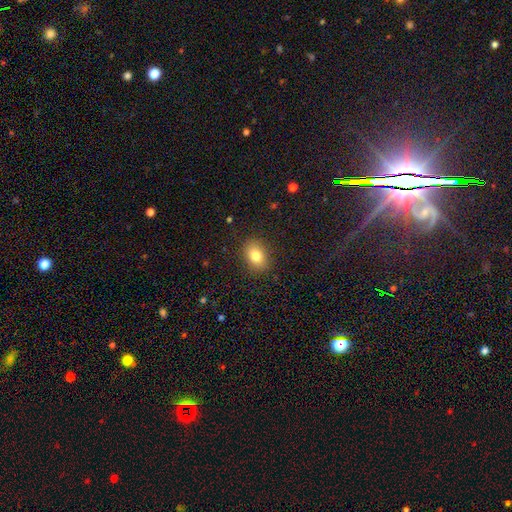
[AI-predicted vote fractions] A smooth galaxy with no disk features (81%) that is in between round and cigar-shaped (71%). Merging: none (87%).